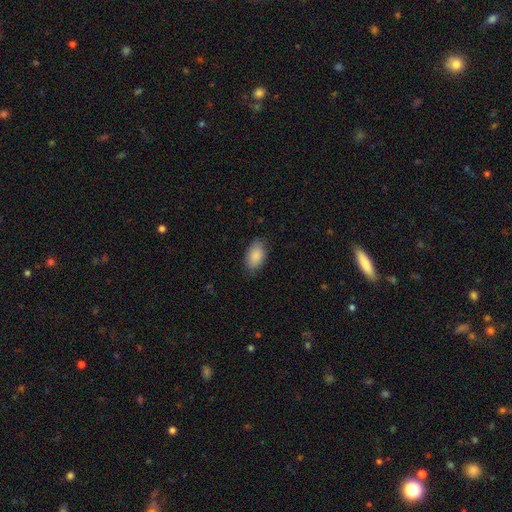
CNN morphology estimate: A smooth galaxy with no disk features (88%) that is in between round and cigar-shaped (93%).

Vote fractions:
- Smooth or featured? smooth: 88% / star or artifact: 6% / featured or disk: 6%
- How rounded? in between: 93% / round: 5% / cigar-shaped: 2%
- Merging? none: 82% / minor disturbance: 14% / major disturbance: 3% / merger: 1%